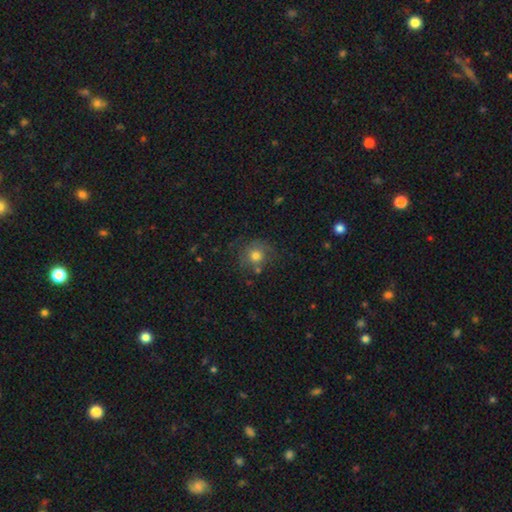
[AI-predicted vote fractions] The model was most divided on "merging": none: 65%, minor disturbance: 19%, major disturbance: 9%, merger: 6%. More confident: how rounded — round (85%); smooth or featured — smooth (71%).